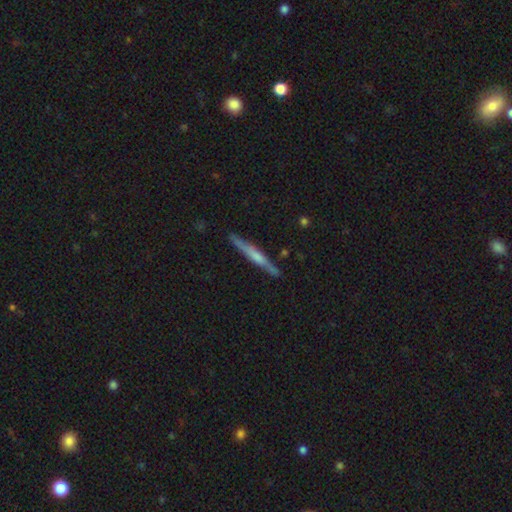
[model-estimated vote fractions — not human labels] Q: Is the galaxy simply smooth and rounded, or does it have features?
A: featured or disk — 57%.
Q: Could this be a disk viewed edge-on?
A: yes — 96%.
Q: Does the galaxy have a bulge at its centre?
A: rounded — 45%.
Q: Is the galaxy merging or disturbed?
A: none — 85%.